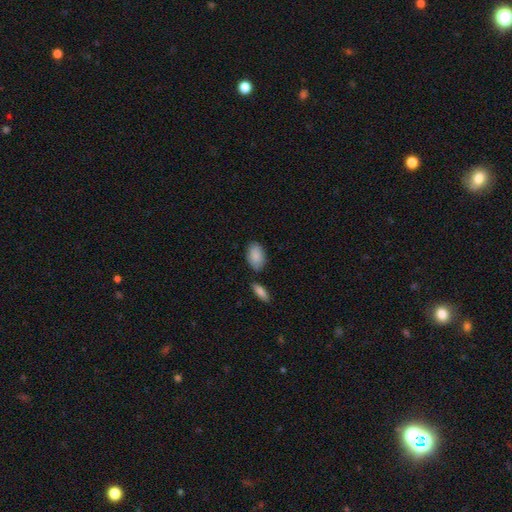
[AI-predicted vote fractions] Smooth or featured? smooth (88%)
How rounded? in between (93%)
Merging? none (75%)